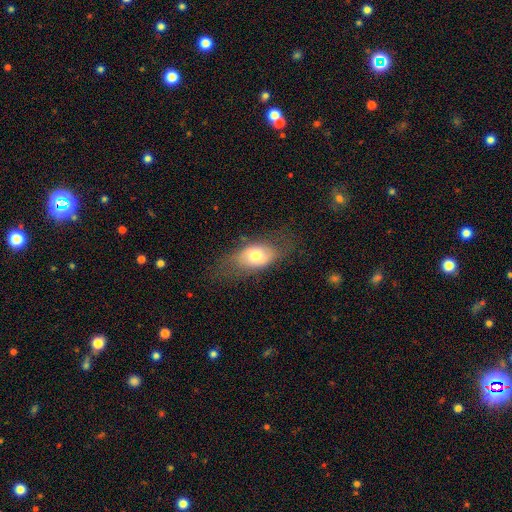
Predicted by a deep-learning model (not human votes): Smooth or featured: smooth — 64% (featured or disk — 28%)
How rounded: in between — 87% (round — 10%)
Merging: none — 66% (minor disturbance — 21%)